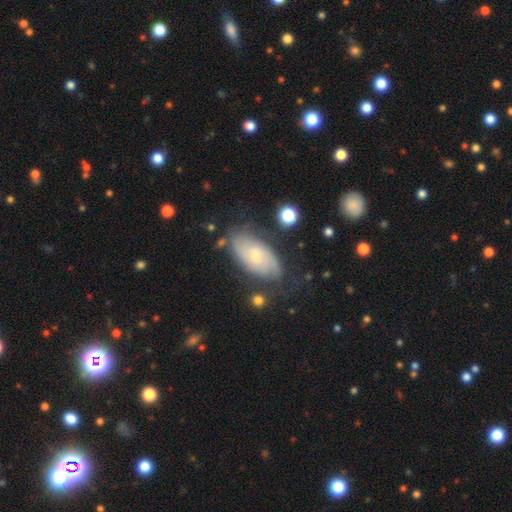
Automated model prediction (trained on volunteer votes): Morphology: type=featured or disk (57%); edge-on=no (91%); bar=no (74%); spiral arms=yes (78%); bulge=small (67%); merging=none (65%).